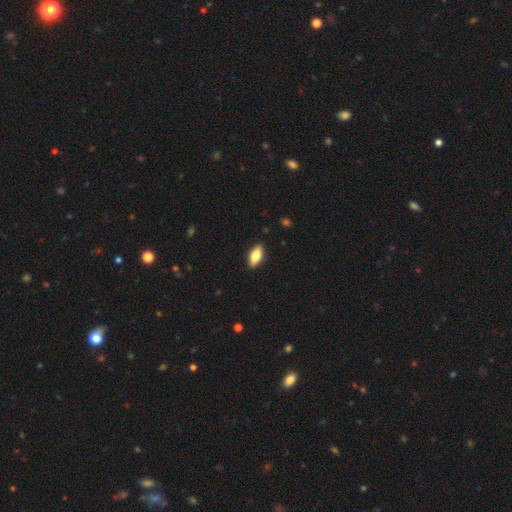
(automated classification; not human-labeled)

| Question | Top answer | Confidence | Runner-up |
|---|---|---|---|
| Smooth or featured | smooth | 73% | featured or disk (20%) |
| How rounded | in between | 85% | cigar-shaped (12%) |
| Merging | none | 89% | minor disturbance (8%) |